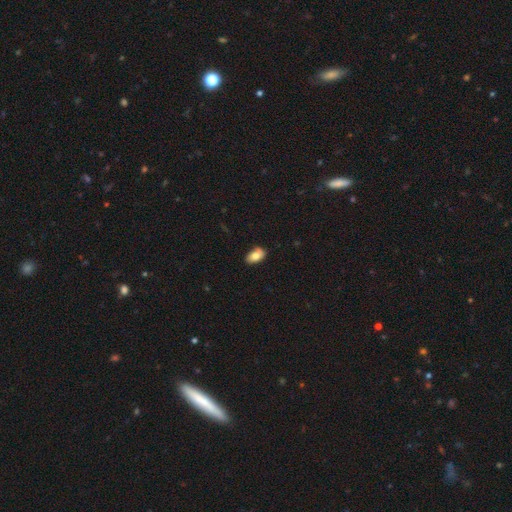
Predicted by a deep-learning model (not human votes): The model was most divided on "merging": none: 80%, minor disturbance: 16%, major disturbance: 2%, merger: 2%. More confident: how rounded — in between (93%); smooth or featured — smooth (80%).